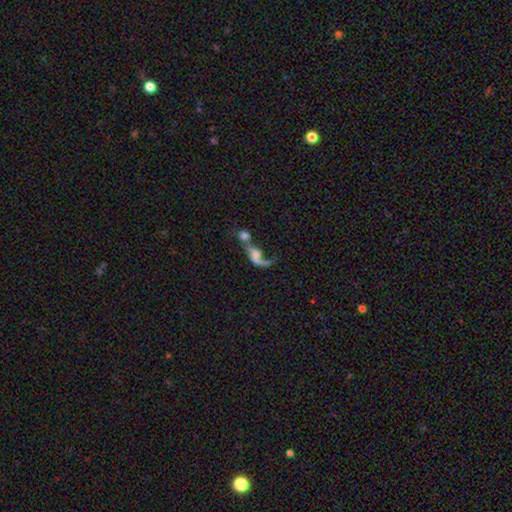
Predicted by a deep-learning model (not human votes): This appears to be a featured or disk galaxy (57%) with no bar (66%), spiral arms (70%) and no central bulge (34%). Merging: merger (63%).